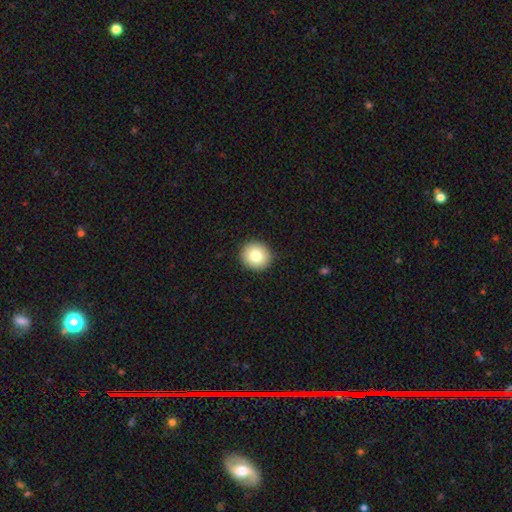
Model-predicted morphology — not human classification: Q: Smooth or featured?
A: smooth (81%); runner-up: featured or disk (10%)
Q: How rounded?
A: round (90%); runner-up: in between (9%)
Q: Merging?
A: none (92%); runner-up: minor disturbance (5%)